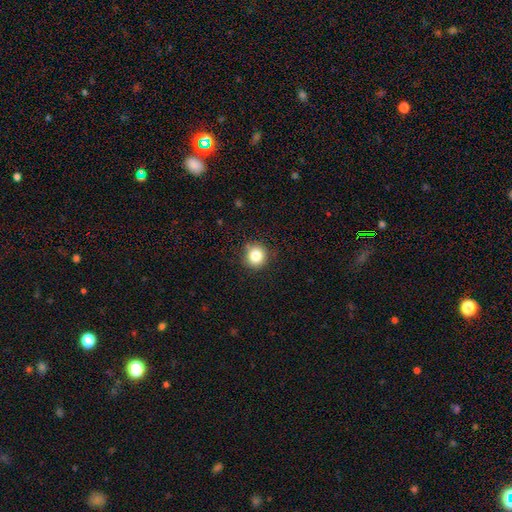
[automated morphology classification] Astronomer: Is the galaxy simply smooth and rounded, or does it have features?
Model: smooth — 82%.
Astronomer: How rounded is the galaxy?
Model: round — 92%.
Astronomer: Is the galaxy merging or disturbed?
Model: none — 87%.